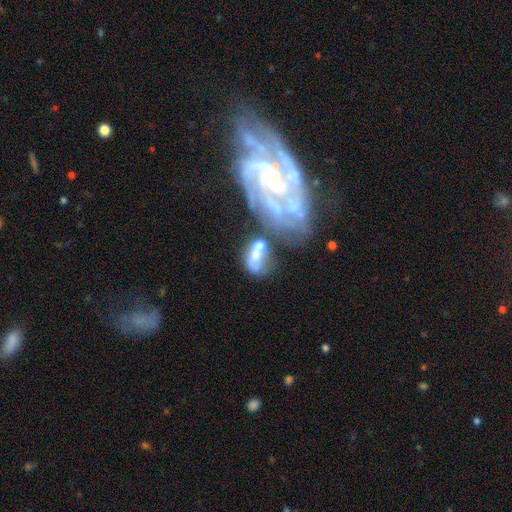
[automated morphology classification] Q: Smooth or featured?
A: smooth (48%); runner-up: featured or disk (41%)
Q: Merging?
A: merger (50%); runner-up: major disturbance (21%)